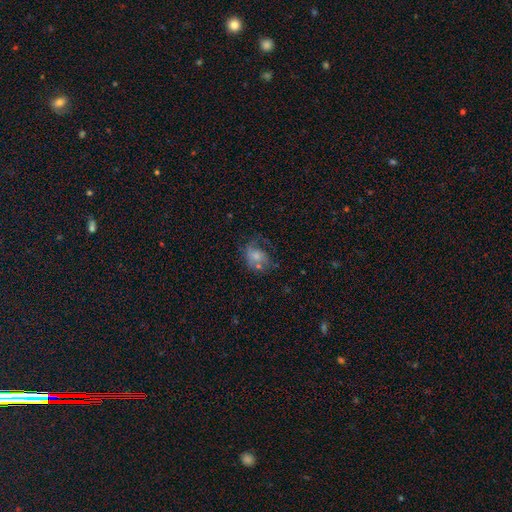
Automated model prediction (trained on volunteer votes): A smooth galaxy with no disk features (53%) that is in between round and cigar-shaped (60%).

Vote fractions:
- Smooth or featured? smooth: 53% / featured or disk: 36% / star or artifact: 11%
- How rounded? in between: 60% / round: 38% / cigar-shaped: 1%
- Merging? major disturbance: 34% / none: 32% / minor disturbance: 24% / merger: 9%